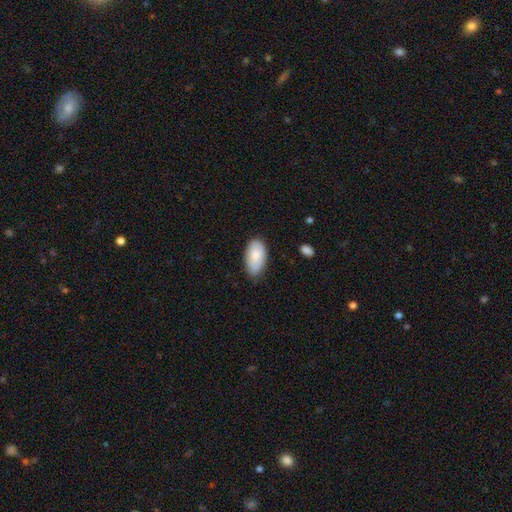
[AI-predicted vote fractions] Smooth or featured? smooth (81%)
How rounded? in between (95%)
Merging? none (72%)